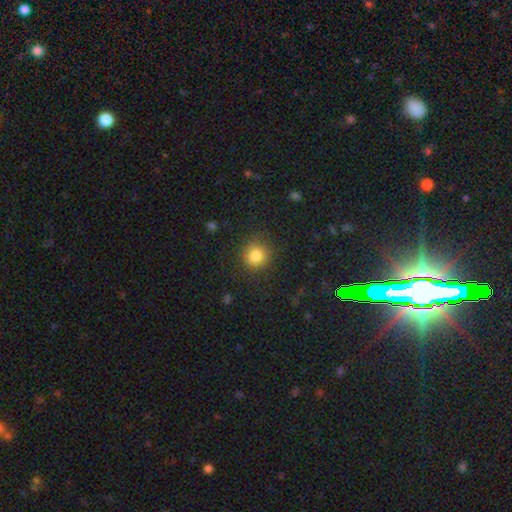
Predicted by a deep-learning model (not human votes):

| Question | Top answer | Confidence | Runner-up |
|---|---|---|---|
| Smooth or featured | smooth | 82% | star or artifact (12%) |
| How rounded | round | 89% | in between (10%) |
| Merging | none | 85% | minor disturbance (10%) |